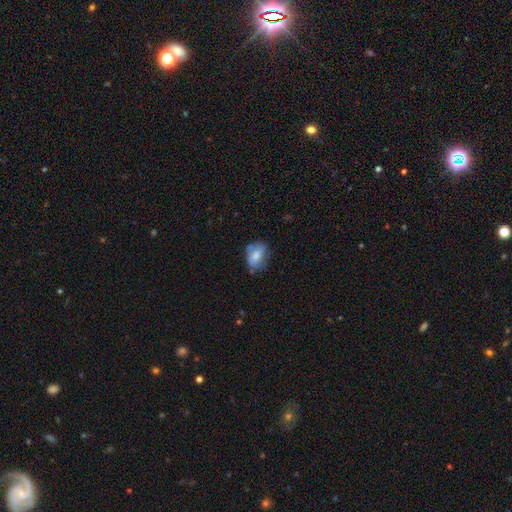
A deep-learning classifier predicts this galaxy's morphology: A smooth galaxy with no disk features (70%) that is in between round and cigar-shaped (79%).

Vote fractions:
- Smooth or featured? smooth: 70% / featured or disk: 22% / star or artifact: 8%
- How rounded? in between: 79% / round: 19% / cigar-shaped: 2%
- Merging? none: 56% / minor disturbance: 26% / merger: 9% / major disturbance: 9%